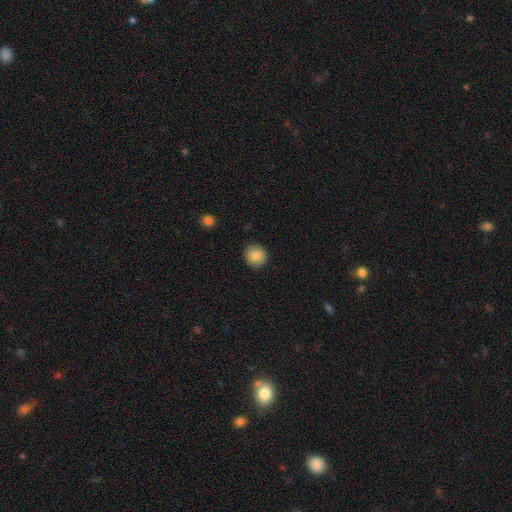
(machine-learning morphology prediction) A smooth galaxy with no disk features (84%) that is round (88%).

Vote fractions:
- Smooth or featured? smooth: 84% / star or artifact: 8% / featured or disk: 7%
- How rounded? round: 88% / in between: 11% / cigar-shaped: 1%
- Merging? none: 91% / minor disturbance: 6% / major disturbance: 2% / merger: 1%